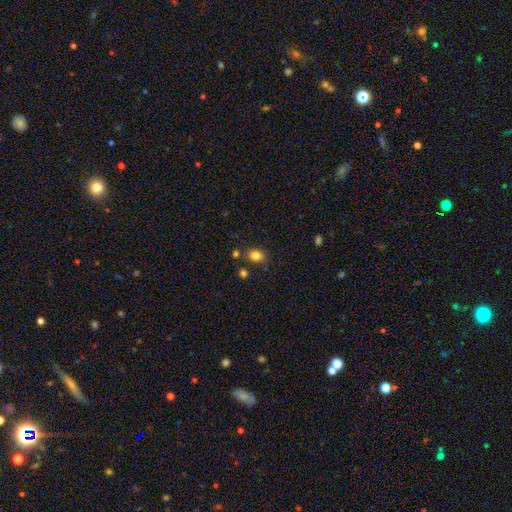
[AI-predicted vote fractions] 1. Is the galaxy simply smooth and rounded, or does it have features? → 82% smooth, 11% star or artifact, 6% featured or disk.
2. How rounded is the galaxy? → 66% in between, 33% round, 1% cigar-shaped.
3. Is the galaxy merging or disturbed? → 77% none, 13% minor disturbance, 7% merger, 3% major disturbance.